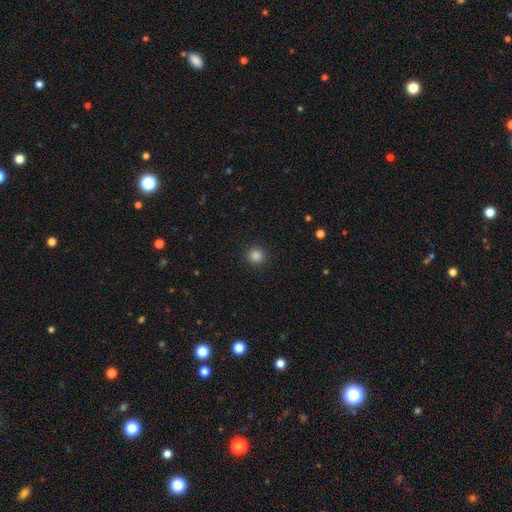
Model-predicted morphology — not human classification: Smooth or featured? smooth (85%)
How rounded? round (93%)
Merging? none (92%)